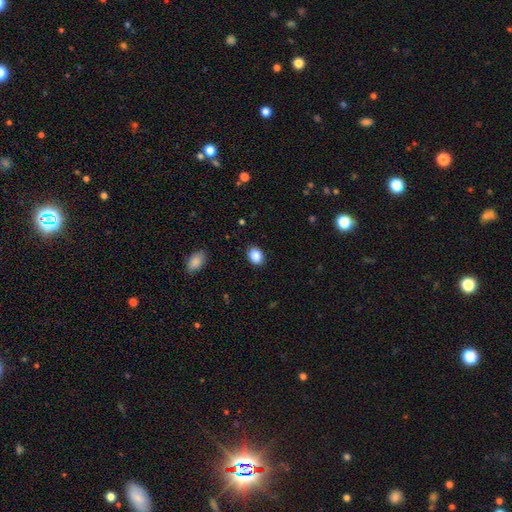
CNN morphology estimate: smooth-or-featured: smooth: 88% | star or artifact: 8% | featured or disk: 4%
  how-rounded: in between: 63% | round: 36% | cigar-shaped: 1%
  merging: none: 89% | minor disturbance: 8% | major disturbance: 2% | merger: 1%